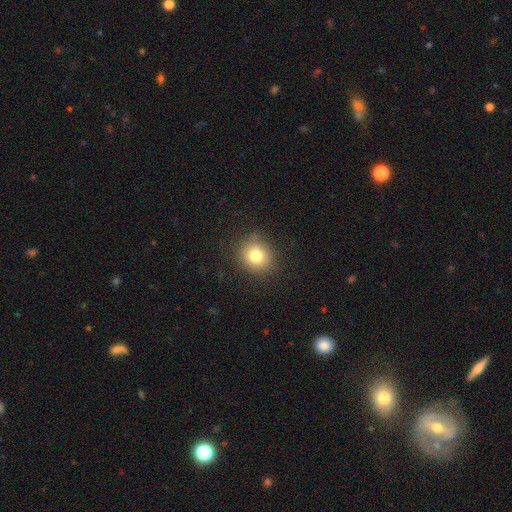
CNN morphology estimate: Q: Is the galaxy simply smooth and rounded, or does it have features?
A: smooth — 77%.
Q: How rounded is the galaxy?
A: round — 83%.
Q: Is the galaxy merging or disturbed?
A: none — 85%.